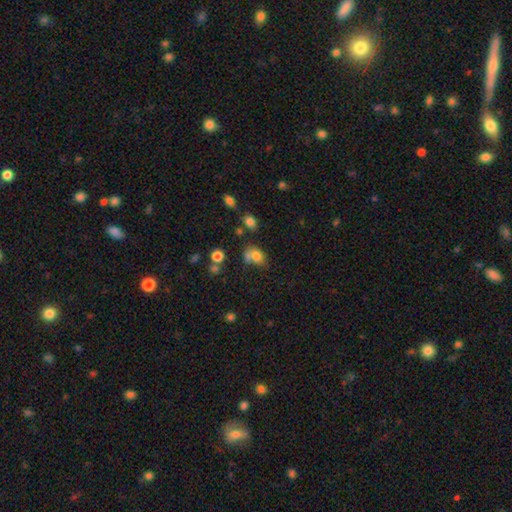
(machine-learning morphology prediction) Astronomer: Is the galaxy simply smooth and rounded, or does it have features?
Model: smooth — 75%.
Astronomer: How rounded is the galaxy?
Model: in between — 70%.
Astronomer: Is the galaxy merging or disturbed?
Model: none — 38% (runner-up: merger, 31%).